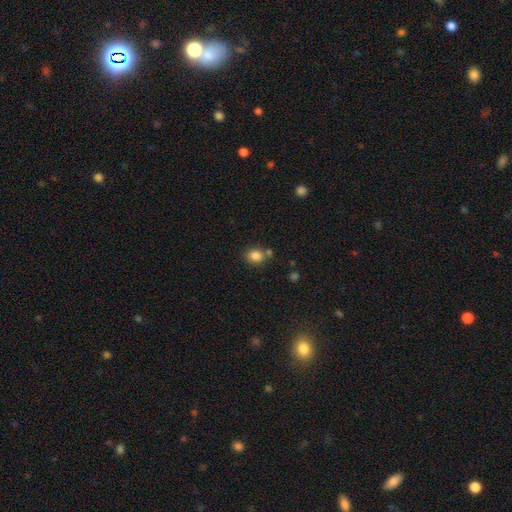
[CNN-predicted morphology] This is clearly a smooth galaxy (84%). How rounded: likely round (62%). Merging: likely none (70%).